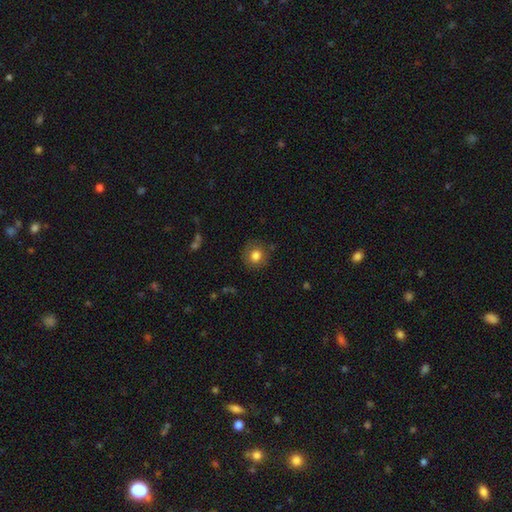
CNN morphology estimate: The model was most divided on "smooth or featured": smooth: 80%, star or artifact: 10%, featured or disk: 10%. More confident: how rounded — round (90%); merging — none (85%).